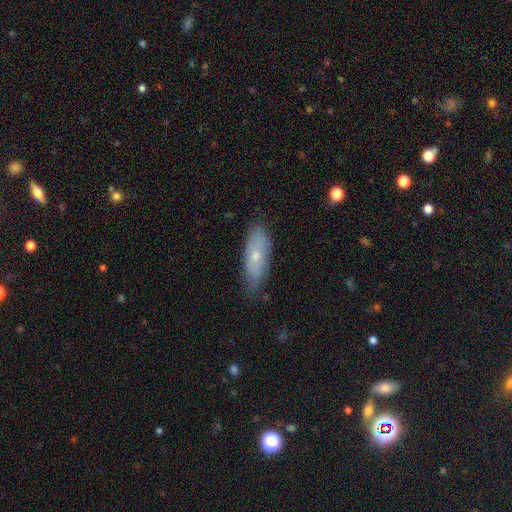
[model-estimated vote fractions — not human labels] Overall: smooth (57%; featured or disk 36%). How rounded: in between (67%; cigar-shaped 30%). Merging: none (71%).